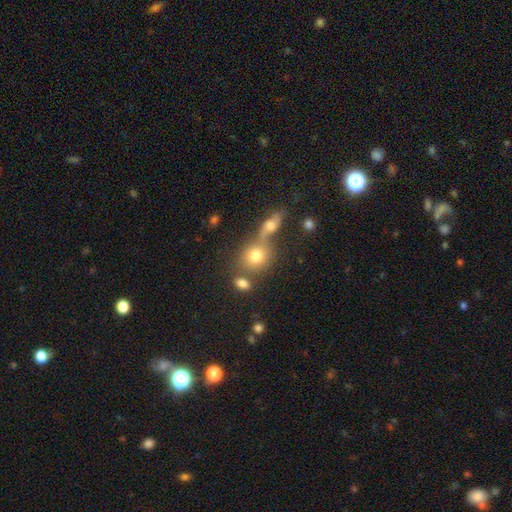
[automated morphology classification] Smooth or featured? Predicted: smooth (p=0.75). How rounded? Predicted: round (p=0.67). Merging? Predicted: none (p=0.45).